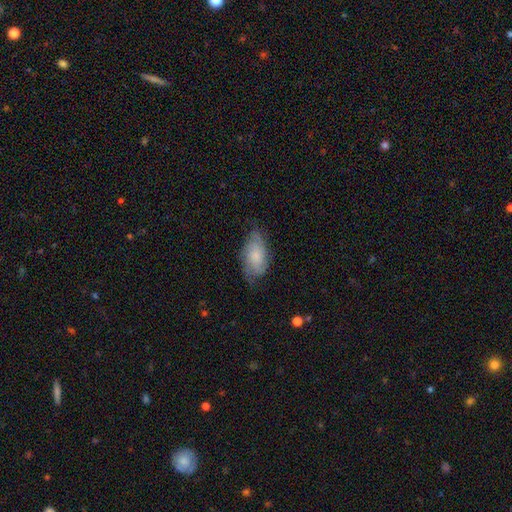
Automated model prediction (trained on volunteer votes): Smooth or featured? Predicted: featured or disk (p=0.49). Merging? Predicted: none (p=0.65).